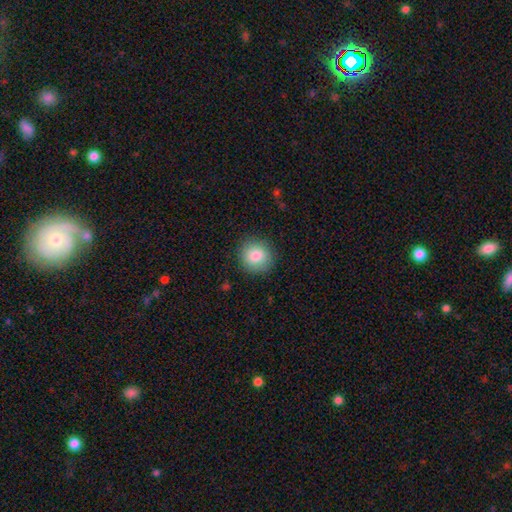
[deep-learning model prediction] The model was most divided on "smooth or featured": smooth: 84%, star or artifact: 8%, featured or disk: 7%. More confident: how rounded — round (90%); merging — none (89%).